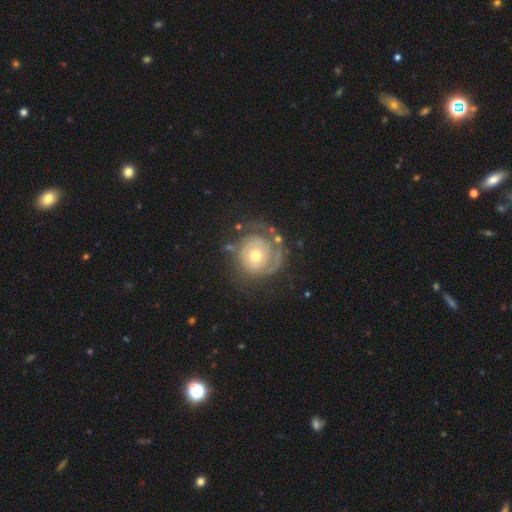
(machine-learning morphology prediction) Q: Smooth or featured?
A: featured or disk (75%); runner-up: smooth (19%)
Q: Edge-on disk?
A: no (97%); runner-up: yes (3%)
Q: Bar?
A: no (80%); runner-up: weak (16%)
Q: Spiral arms?
A: yes (84%); runner-up: no (16%)
Q: Spiral winding?
A: tight (68%); runner-up: medium (21%)
Q: Spiral arm count?
A: 1 (38%); runner-up: 2 (28%)
Q: Bulge size?
A: moderate (57%); runner-up: small (37%)
Q: Merging?
A: none (60%); runner-up: minor disturbance (19%)